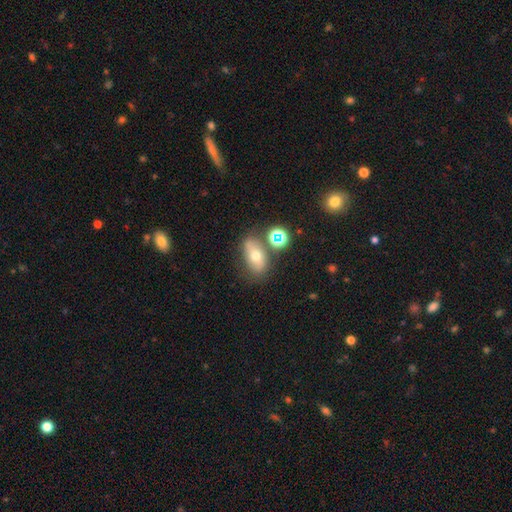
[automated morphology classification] smooth_or_featured: smooth (p=0.60) [alt: featured or disk p=0.25]
how_rounded: in between (p=0.81) [alt: round p=0.15]
merging: none (p=0.63) [alt: minor disturbance p=0.18]